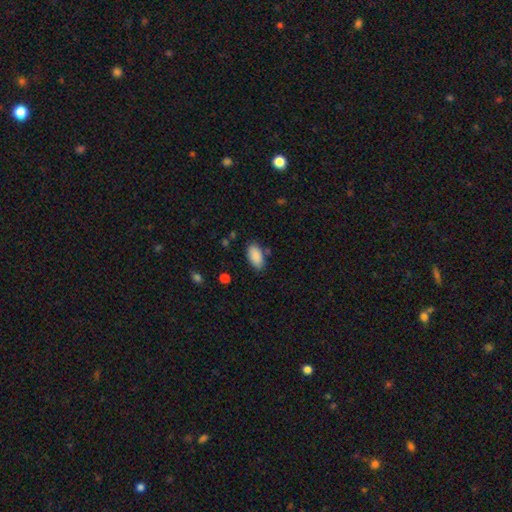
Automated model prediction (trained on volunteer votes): Smooth or featured? Predicted: smooth (p=0.89). How rounded? Predicted: in between (p=0.93). Merging? Predicted: none (p=0.79).